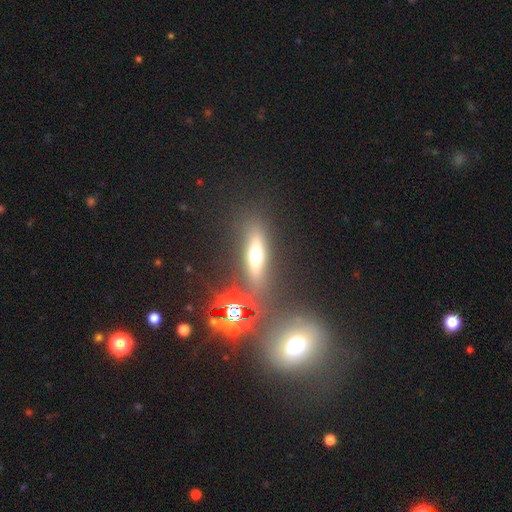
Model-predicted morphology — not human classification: A smooth galaxy with no disk features (43%).

Vote fractions:
- Smooth or featured? smooth: 43% / featured or disk: 41% / star or artifact: 17%
- Merging? none: 81% / minor disturbance: 10% / merger: 5% / major disturbance: 4%